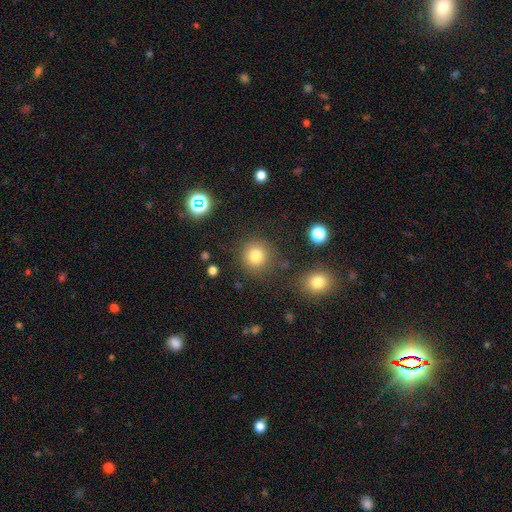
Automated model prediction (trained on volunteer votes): Q: Smooth or featured?
A: smooth (80%); runner-up: star or artifact (13%)
Q: How rounded?
A: round (92%); runner-up: in between (7%)
Q: Merging?
A: none (84%); runner-up: minor disturbance (8%)